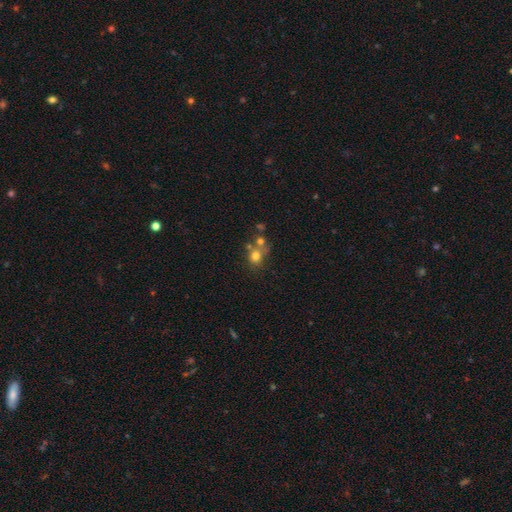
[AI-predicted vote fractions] Smooth or featured? smooth (71%)
How rounded? round (76%)
Merging? none (49%)